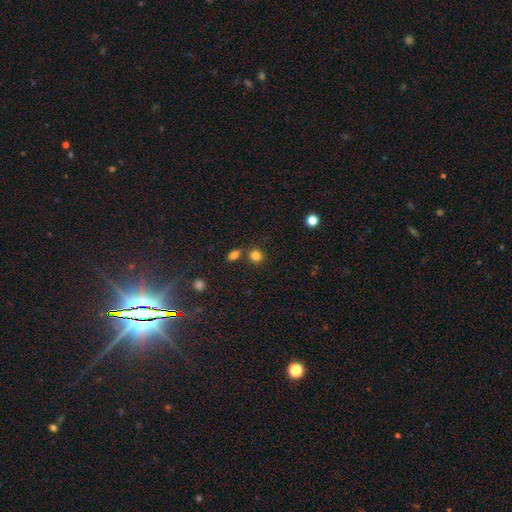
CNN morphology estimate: The model was most divided on "merging": none: 73%, merger: 15%, minor disturbance: 9%, major disturbance: 3%. More confident: how rounded — round (85%); smooth or featured — smooth (83%).